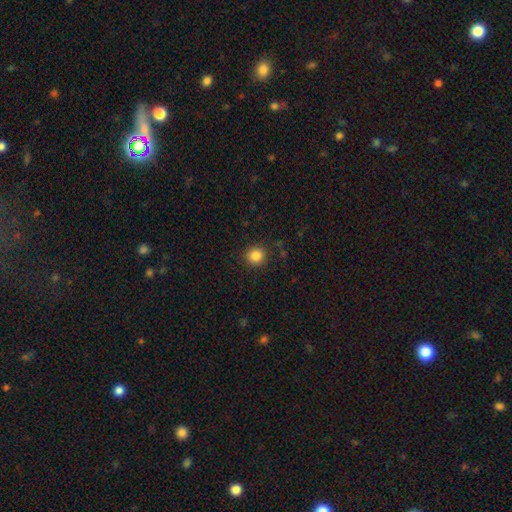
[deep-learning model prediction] smooth 85%, star or artifact 11%, featured or disk 4%. Down the decision tree: how rounded — round (89%); merging — none (89%).